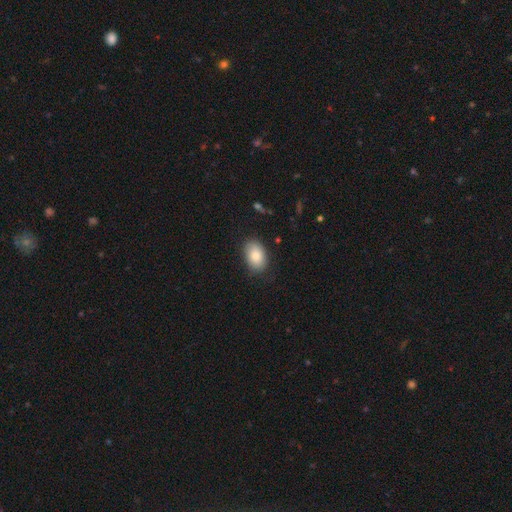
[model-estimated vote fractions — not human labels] smooth 83%, featured or disk 10%, star or artifact 7%. Down the decision tree: how rounded — in between (87%); merging — none (81%).